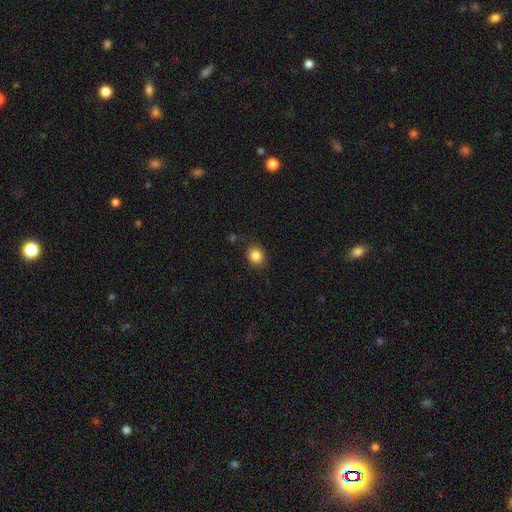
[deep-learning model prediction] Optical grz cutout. It shows a smooth galaxy with no disk features (85%) that is round (73%). Merging: none (86%).